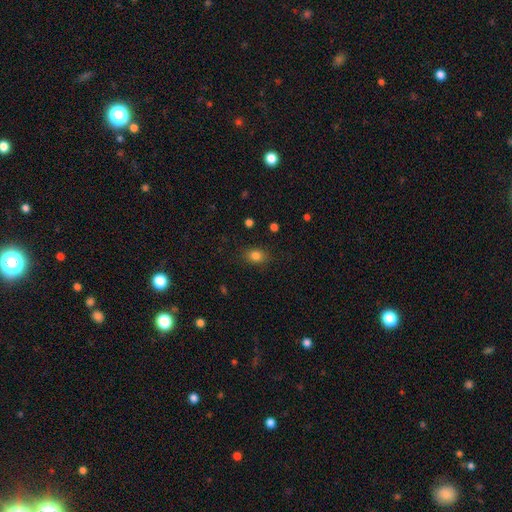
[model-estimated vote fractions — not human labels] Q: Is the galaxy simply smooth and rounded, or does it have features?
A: smooth — 82%.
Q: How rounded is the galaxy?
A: in between — 66%.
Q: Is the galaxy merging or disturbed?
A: none — 86%.